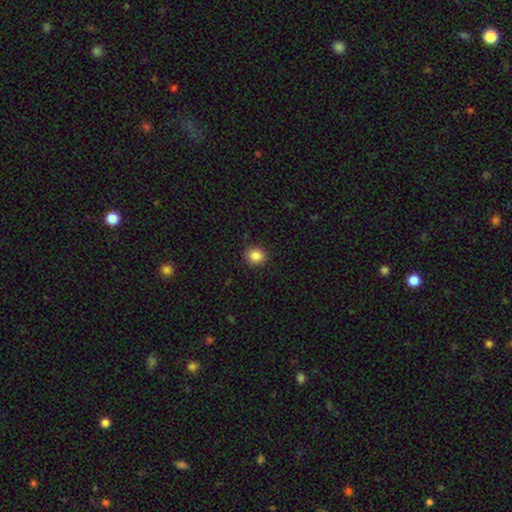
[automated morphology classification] A smooth galaxy with no disk features (86%) that is round (78%).

Vote fractions:
- Smooth or featured? smooth: 86% / star or artifact: 10% / featured or disk: 4%
- How rounded? round: 78% / in between: 21% / cigar-shaped: 1%
- Merging? none: 90% / minor disturbance: 7% / major disturbance: 2% / merger: 1%